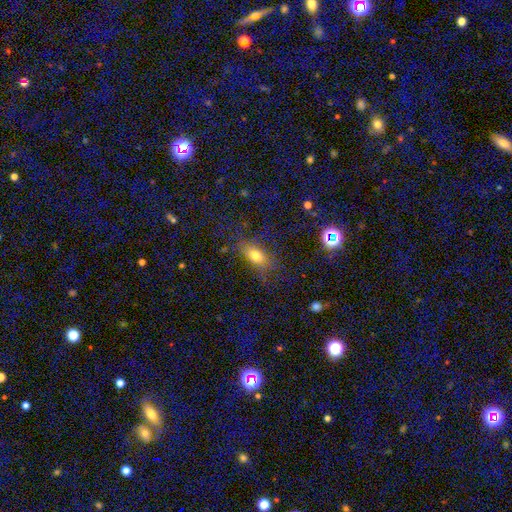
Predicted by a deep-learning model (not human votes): Morphology: type=smooth (68%); roundness=in between (78%); merging=none (66%).